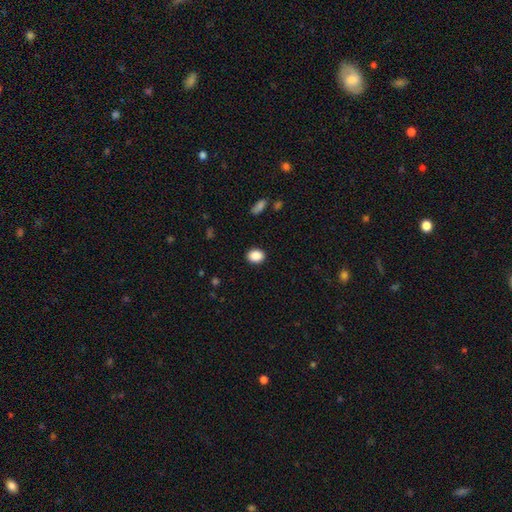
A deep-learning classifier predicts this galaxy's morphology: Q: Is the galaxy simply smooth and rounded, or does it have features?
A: smooth — 89%.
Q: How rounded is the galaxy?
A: in between — 57%.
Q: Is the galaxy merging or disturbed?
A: none — 90%.